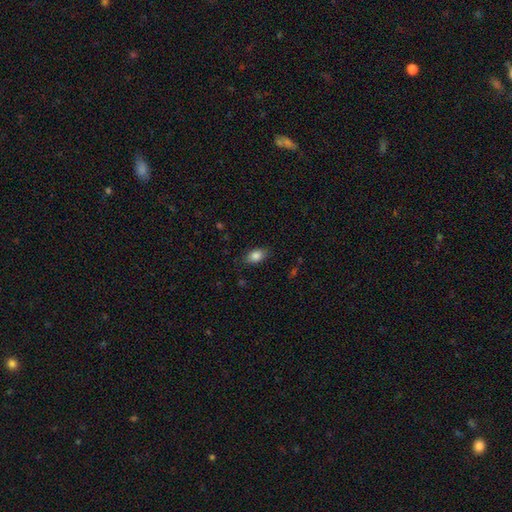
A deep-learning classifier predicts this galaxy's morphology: smooth_or_featured: smooth (p=0.85) [alt: star or artifact p=0.08]
how_rounded: in between (p=0.87) [alt: round p=0.10]
merging: none (p=0.83) [alt: minor disturbance p=0.13]